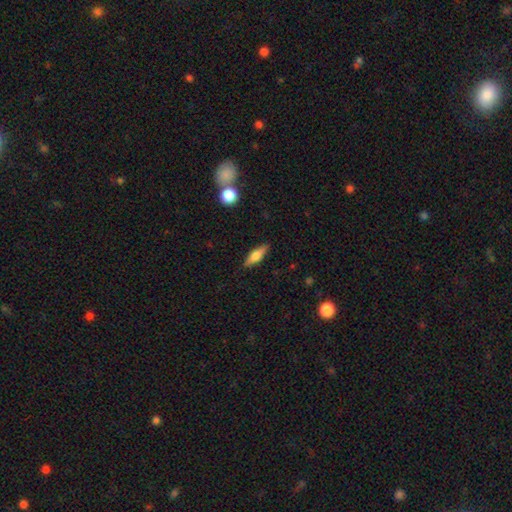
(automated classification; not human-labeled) The model was most divided on "how rounded": cigar-shaped: 52%, in between: 44%, round: 3%. More confident: merging — none (88%); smooth or featured — smooth (53%).